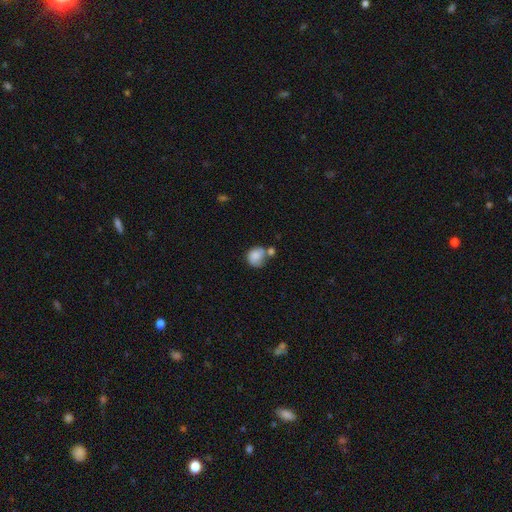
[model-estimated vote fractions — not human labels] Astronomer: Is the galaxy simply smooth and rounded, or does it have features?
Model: smooth — 81%.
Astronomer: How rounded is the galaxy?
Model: round — 69%.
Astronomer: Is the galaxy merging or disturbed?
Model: none — 37% (runner-up: merger, 33%).